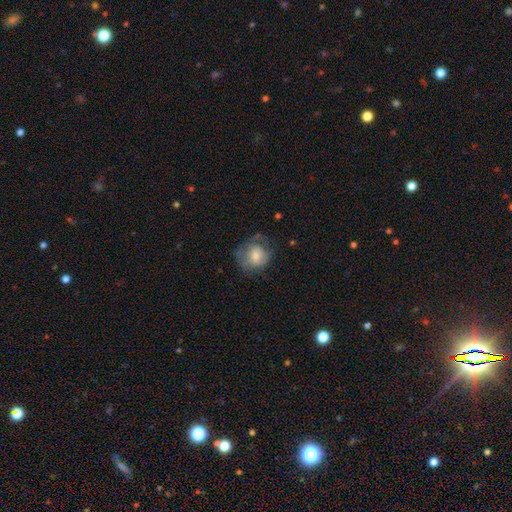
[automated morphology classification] Overall: smooth (60%; featured or disk 33%). How rounded: round (74%). Merging: none (49%; minor disturbance 28%).